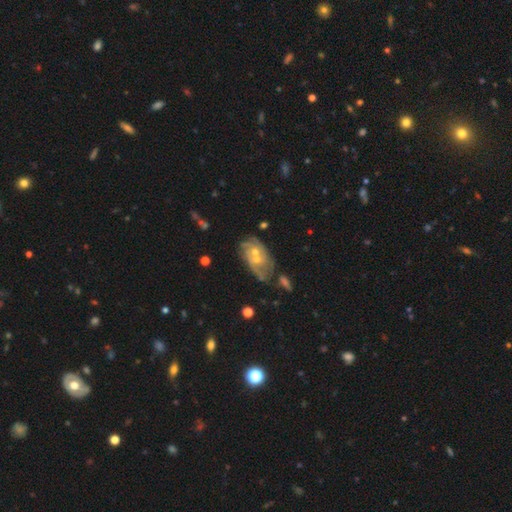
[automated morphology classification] type=featured or disk (74%); edge-on=no (96%); bar=no (77%); spiral arms=yes (81%); winding=tight (53%); arm count=can't tell (44%); bulge=small (49%); merging=none (37%).